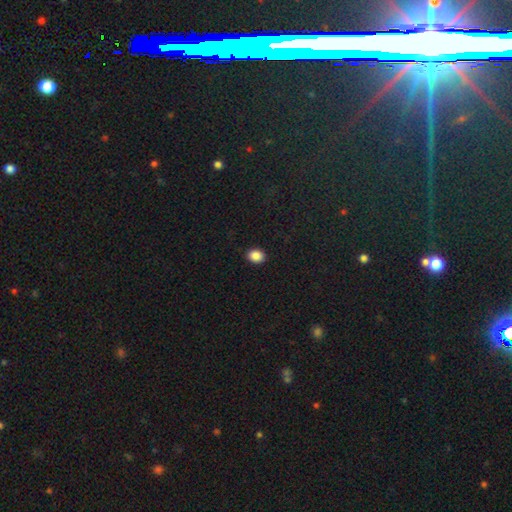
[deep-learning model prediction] smooth-or-featured: smooth: 88% | star or artifact: 9% | featured or disk: 3%
  how-rounded: in between: 52% | round: 48% | cigar-shaped: 1%
  merging: none: 91% | minor disturbance: 6% | major disturbance: 2% | merger: 1%